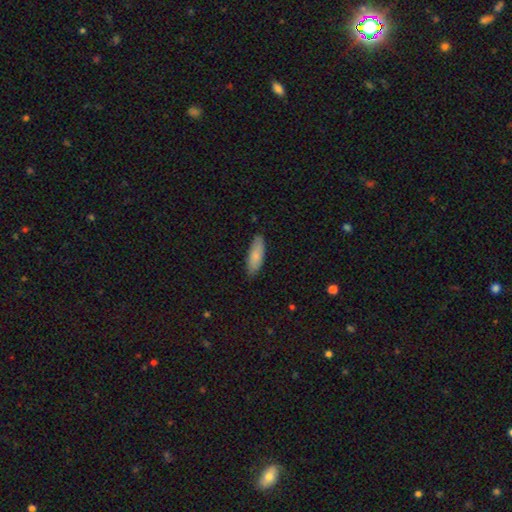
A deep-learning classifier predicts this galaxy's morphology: Overall: smooth (82%). How rounded: in between (63%; cigar-shaped 36%). Merging: none (83%).